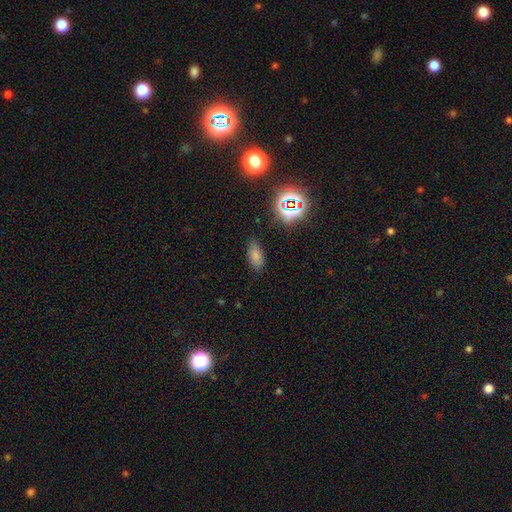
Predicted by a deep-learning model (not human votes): This is likely a smooth galaxy (73%). How rounded: clearly in between (90%). Merging: likely none (79%).